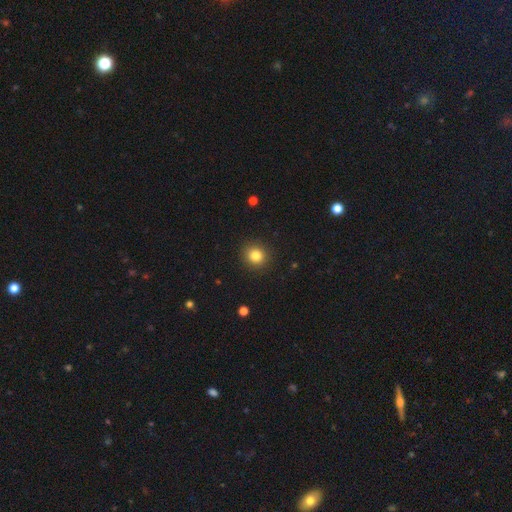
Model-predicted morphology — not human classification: A smooth galaxy with no disk features (83%) that is round (90%). Merging: none (91%).